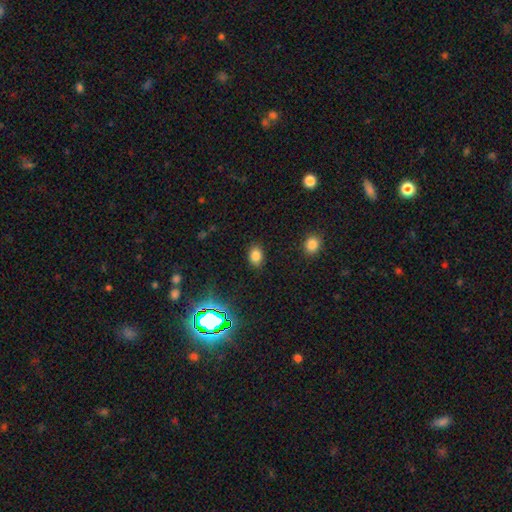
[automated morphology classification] type=smooth (80%); roundness=in between (70%); merging=none (87%).